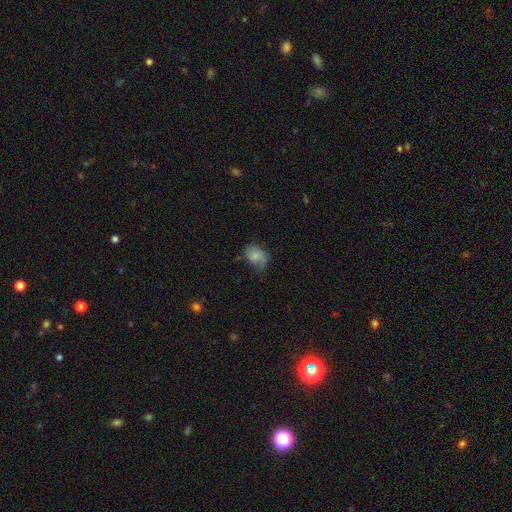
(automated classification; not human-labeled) This appears to be a smooth galaxy with no disk features (63%) that is in between round and cigar-shaped (68%). Merging: none (49%).